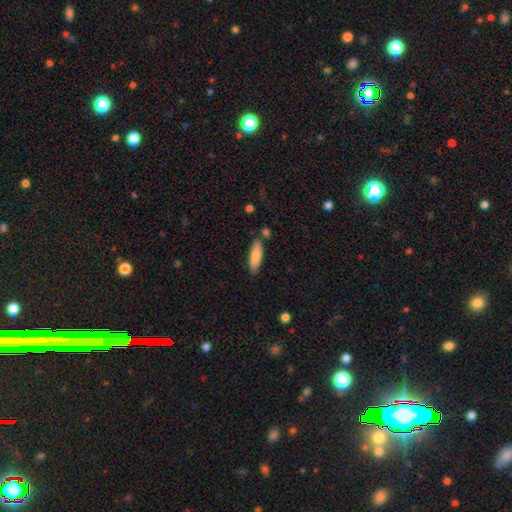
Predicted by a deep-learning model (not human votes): smooth-or-featured: smooth: 82% | featured or disk: 12% | star or artifact: 6%
  how-rounded: cigar-shaped: 52% | in between: 46% | round: 2%
  merging: none: 79% | minor disturbance: 13% | merger: 6% | major disturbance: 2%